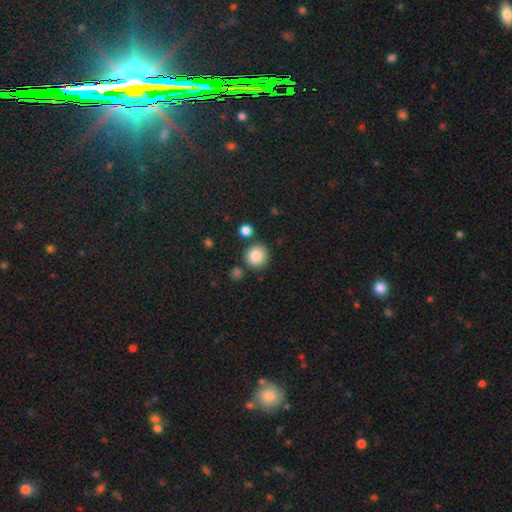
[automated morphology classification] smooth 86%, star or artifact 9%, featured or disk 5%. Down the decision tree: how rounded — round (91%); merging — none (81%).